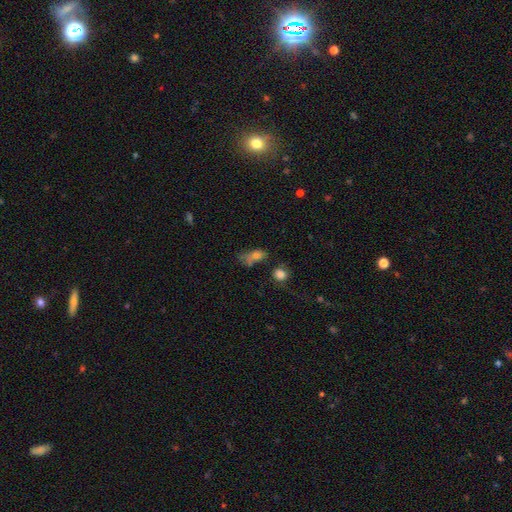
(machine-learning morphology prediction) Smooth or featured: smooth — 60% (star or artifact — 21%)
How rounded: in between — 68% (round — 21%)
Merging: none — 35% (major disturbance — 25%)